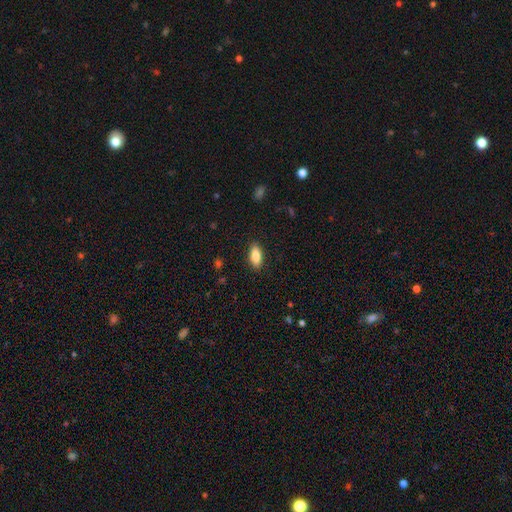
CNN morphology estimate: smooth 85%, featured or disk 9%, star or artifact 7%. Down the decision tree: how rounded — in between (83%); merging — none (88%).